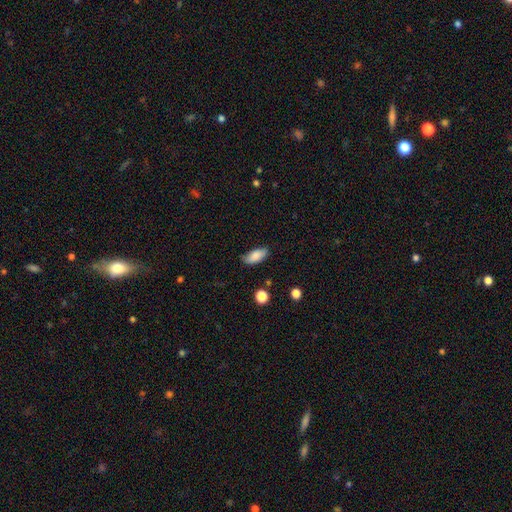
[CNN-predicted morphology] Smooth or featured: smooth — 86% (featured or disk — 7%)
How rounded: in between — 86% (cigar-shaped — 11%)
Merging: none — 78% (minor disturbance — 18%)